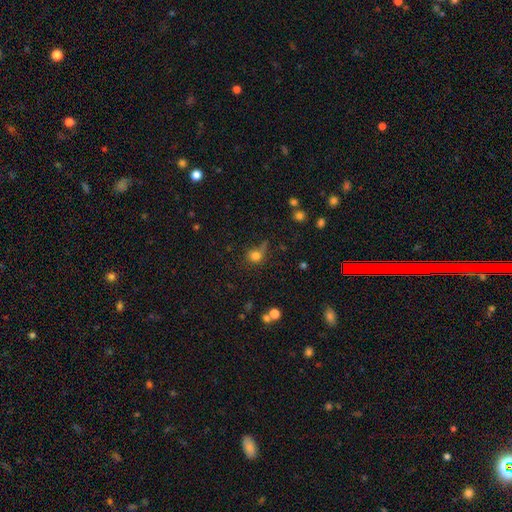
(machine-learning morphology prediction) Overall: smooth (79%). How rounded: round (82%). Merging: none (53%; minor disturbance 23%).